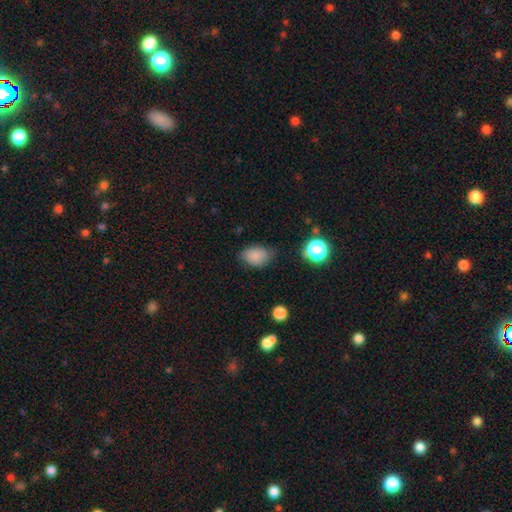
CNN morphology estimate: Q: Smooth or featured?
A: smooth (83%); runner-up: star or artifact (10%)
Q: How rounded?
A: in between (77%); runner-up: round (22%)
Q: Merging?
A: none (66%); runner-up: minor disturbance (26%)